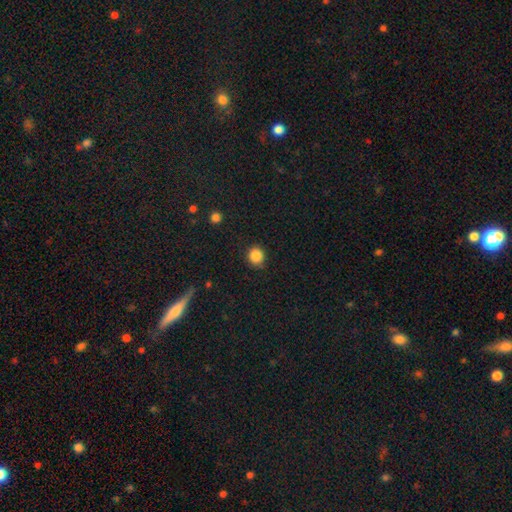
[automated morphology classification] Smooth or featured? smooth (86%)
How rounded? round (89%)
Merging? none (88%)